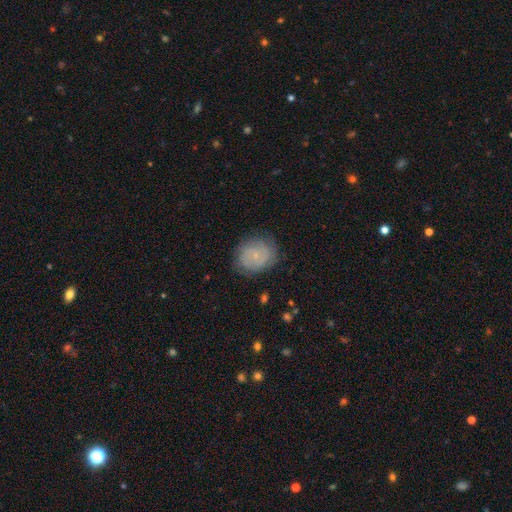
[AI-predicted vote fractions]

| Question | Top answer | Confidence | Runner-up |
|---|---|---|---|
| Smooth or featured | featured or disk | 47% | smooth (44%) |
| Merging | none | 77% | minor disturbance (16%) |